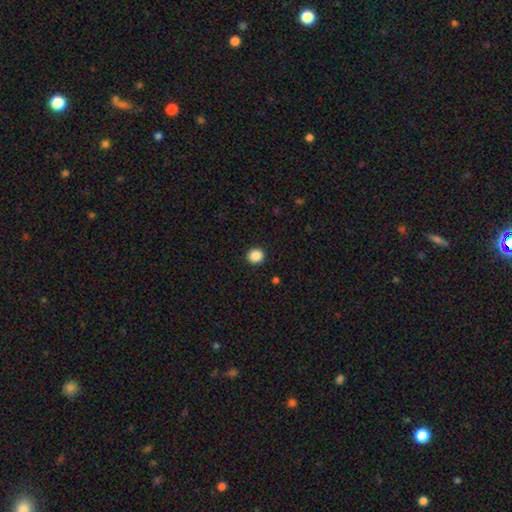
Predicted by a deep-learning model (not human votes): A smooth galaxy with no disk features (88%) that is round (92%). Merging: none (93%).